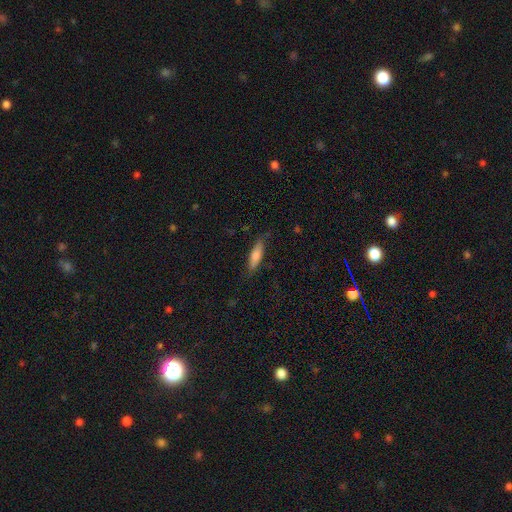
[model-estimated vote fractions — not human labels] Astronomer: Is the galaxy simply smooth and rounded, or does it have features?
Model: smooth — 67%.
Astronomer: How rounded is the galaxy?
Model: cigar-shaped — 67%.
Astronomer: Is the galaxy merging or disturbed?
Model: none — 78%.